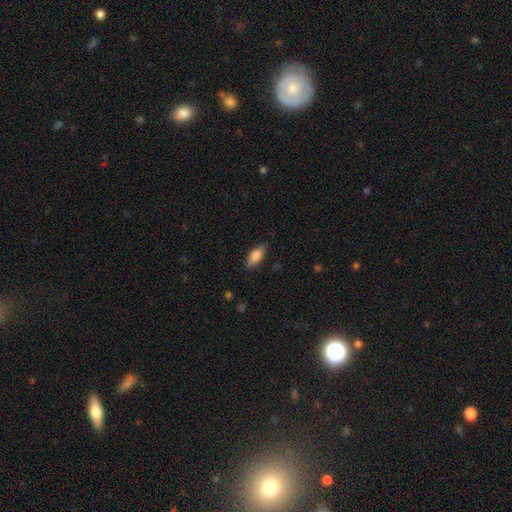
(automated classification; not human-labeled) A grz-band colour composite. It shows a smooth galaxy with no disk features (83%) that is in between round and cigar-shaped (82%). Merging: none (83%).